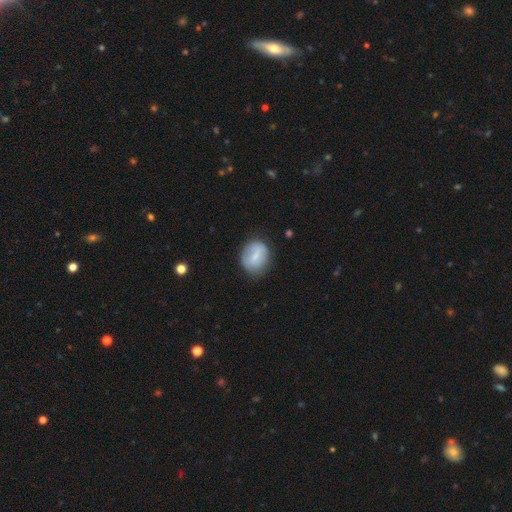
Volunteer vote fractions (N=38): Overall: smooth (71%). How rounded: round (67%; in between 30%). Merging: none (74%).